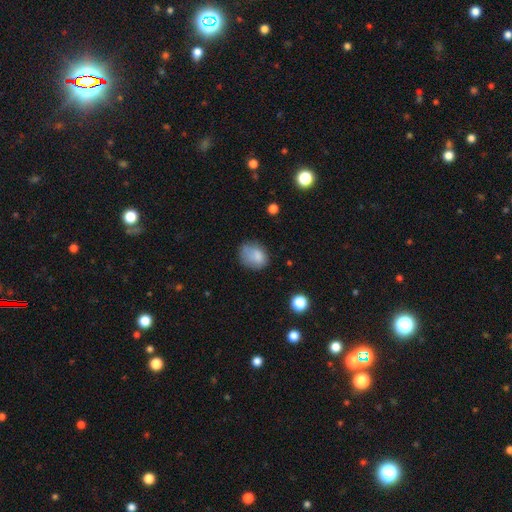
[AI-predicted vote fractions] Smooth or featured? Predicted: smooth (p=0.80). How rounded? Predicted: in between (p=0.58). Merging? Predicted: none (p=0.57).